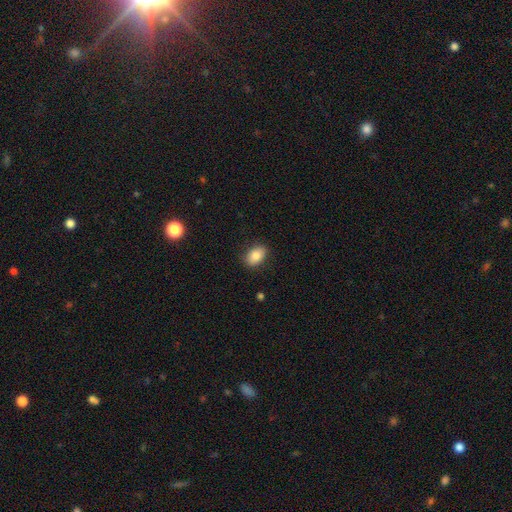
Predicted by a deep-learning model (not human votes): Smooth or featured?
  - smooth: 84% *
  - featured or disk: 8%
  - star or artifact: 8%
How rounded?
  - in between: 85% *
  - round: 14%
  - cigar-shaped: 1%
Merging?
  - none: 86% *
  - minor disturbance: 11%
  - major disturbance: 3%
  - merger: 1%